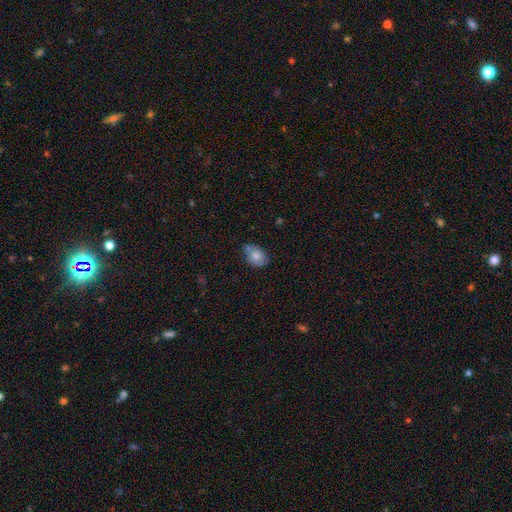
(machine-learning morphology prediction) smooth-or-featured: smooth: 73% | featured or disk: 18% | star or artifact: 8%
  how-rounded: in between: 75% | round: 23% | cigar-shaped: 1%
  merging: none: 56% | minor disturbance: 32% | major disturbance: 6% | merger: 6%